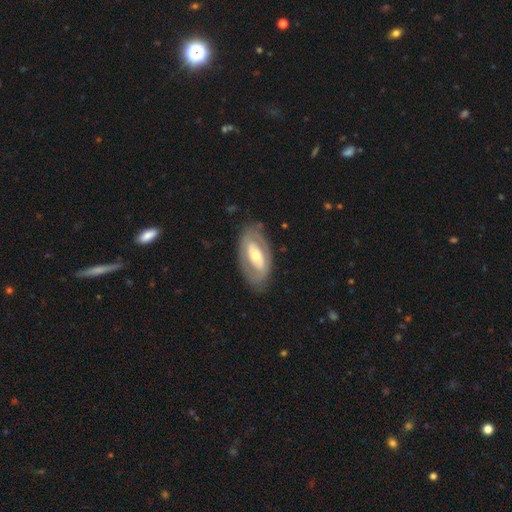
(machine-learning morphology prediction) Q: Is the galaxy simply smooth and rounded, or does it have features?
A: featured or disk — 68%.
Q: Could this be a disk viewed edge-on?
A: no — 91%.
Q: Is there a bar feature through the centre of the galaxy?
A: no — 38%.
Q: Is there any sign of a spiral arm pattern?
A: no — 51%.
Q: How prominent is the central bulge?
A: moderate — 61%.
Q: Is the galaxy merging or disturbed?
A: none — 77%.